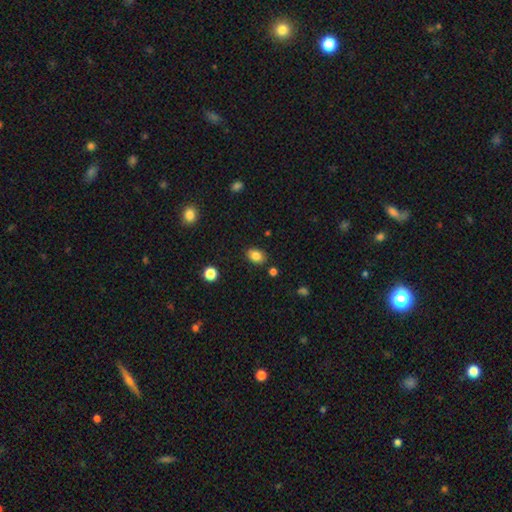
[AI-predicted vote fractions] A smooth galaxy with no disk features (83%) that is in between round and cigar-shaped (76%).

Vote fractions:
- Smooth or featured? smooth: 83% / star or artifact: 10% / featured or disk: 7%
- How rounded? in between: 76% / round: 23% / cigar-shaped: 1%
- Merging? none: 84% / minor disturbance: 11% / merger: 3% / major disturbance: 3%